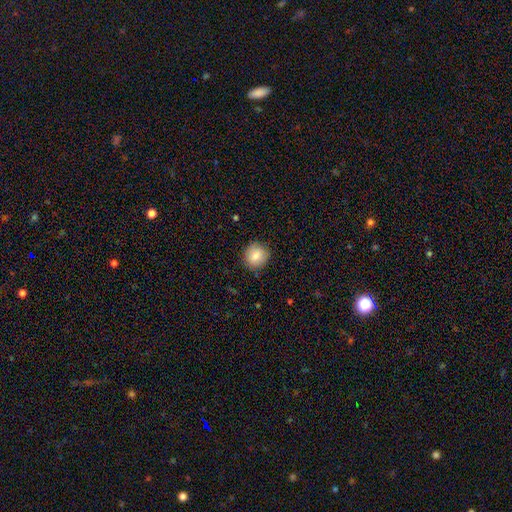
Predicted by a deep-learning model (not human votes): The model was most divided on "smooth or featured": smooth: 84%, star or artifact: 8%, featured or disk: 8%. More confident: how rounded — round (89%); merging — none (88%).